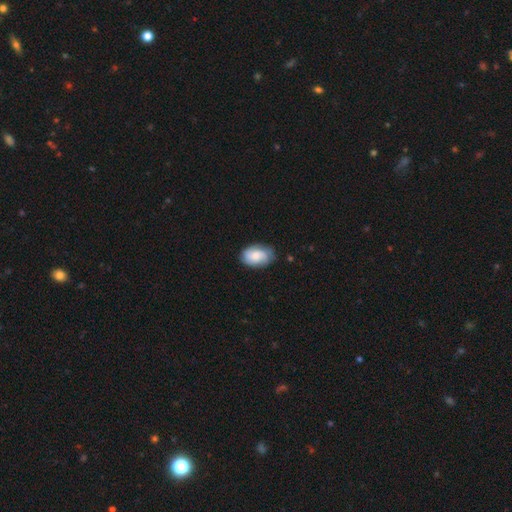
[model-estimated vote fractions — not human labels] A smooth galaxy with no disk features (58%) that is in between round and cigar-shaped (87%).

Vote fractions:
- Smooth or featured? smooth: 58% / featured or disk: 35% / star or artifact: 7%
- How rounded? in between: 87% / round: 12% / cigar-shaped: 1%
- Merging? none: 75% / minor disturbance: 20% / major disturbance: 4% / merger: 1%